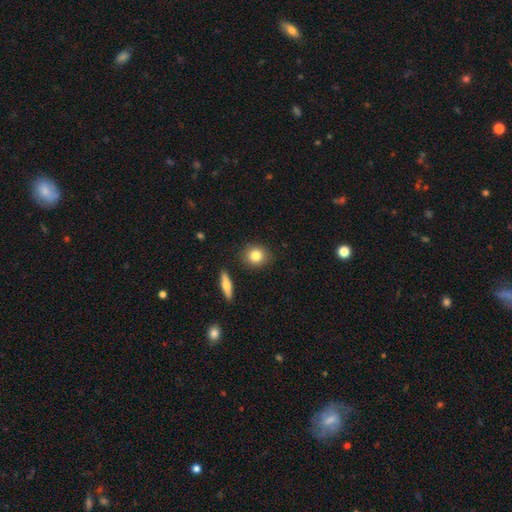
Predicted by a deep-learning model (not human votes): smooth 82%, featured or disk 11%, star or artifact 8%. Down the decision tree: how rounded — round (79%); merging — none (88%).